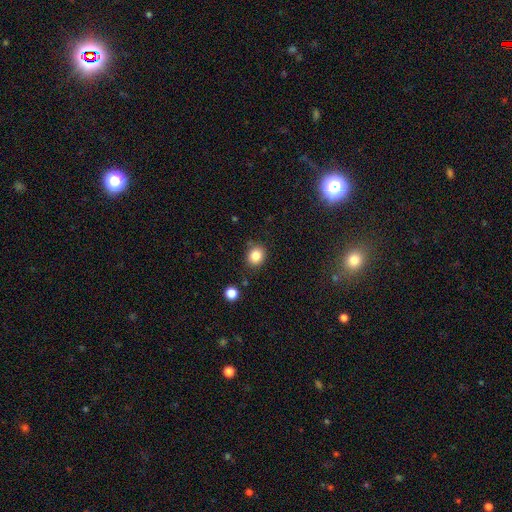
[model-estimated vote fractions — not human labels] Smooth or featured? smooth (84%)
How rounded? round (70%)
Merging? none (82%)